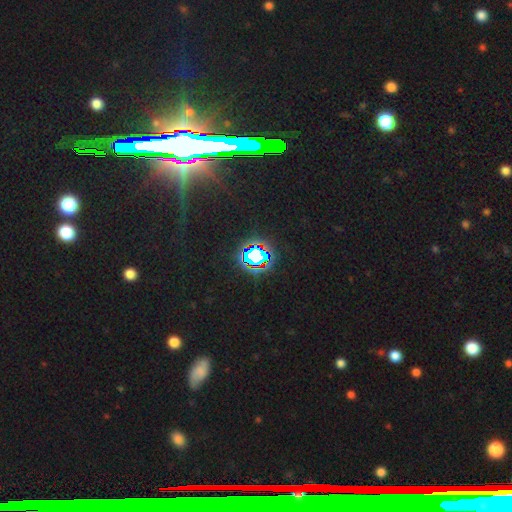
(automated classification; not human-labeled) Smooth or featured? star or artifact (70%)